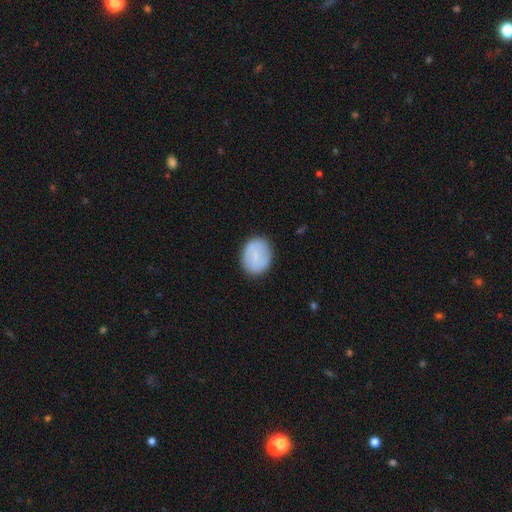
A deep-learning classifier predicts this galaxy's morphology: Smooth or featured? Predicted: smooth (p=0.65). How rounded? Predicted: in between (p=0.51). Merging? Predicted: none (p=0.85).